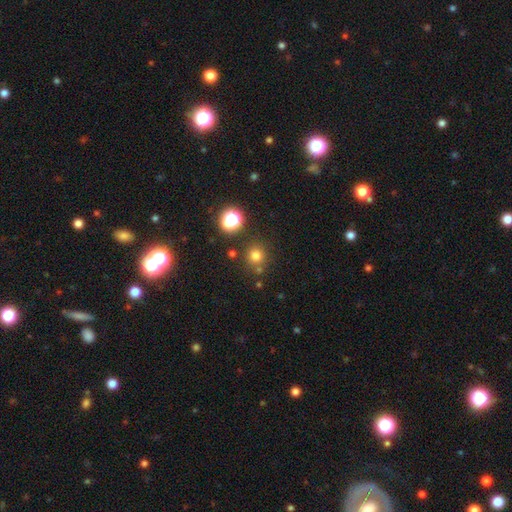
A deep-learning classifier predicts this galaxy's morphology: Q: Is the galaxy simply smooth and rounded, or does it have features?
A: smooth — 74%.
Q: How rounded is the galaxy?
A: round — 91%.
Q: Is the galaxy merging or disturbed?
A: none — 79%.